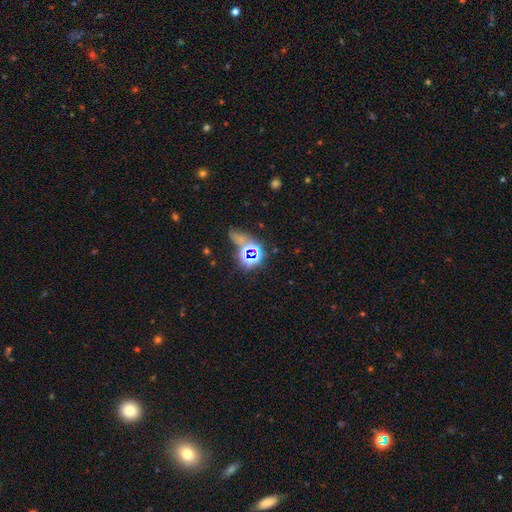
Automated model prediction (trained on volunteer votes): This is likely a star or artifact rather than a galaxy (62%).